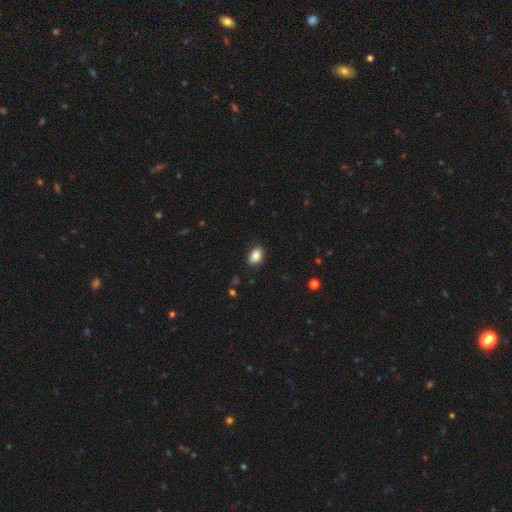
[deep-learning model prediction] Smooth or featured?
  - smooth: 87% *
  - star or artifact: 8%
  - featured or disk: 5%
How rounded?
  - in between: 86% *
  - round: 12%
  - cigar-shaped: 1%
Merging?
  - none: 84% *
  - minor disturbance: 12%
  - major disturbance: 3%
  - merger: 1%